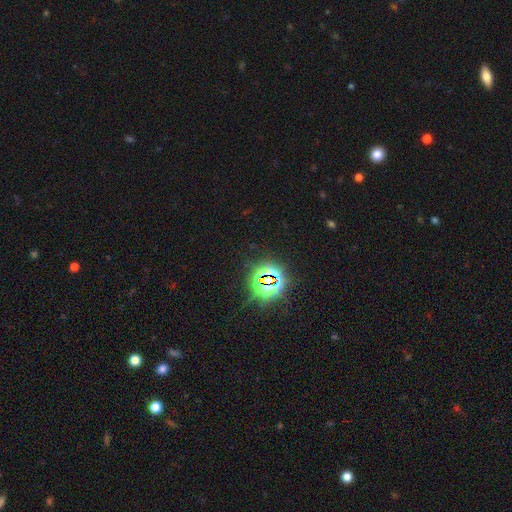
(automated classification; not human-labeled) A star or artifact, not a galaxy (83%).

Vote fractions:
- Smooth or featured? star or artifact: 83% / smooth: 10% / featured or disk: 7%